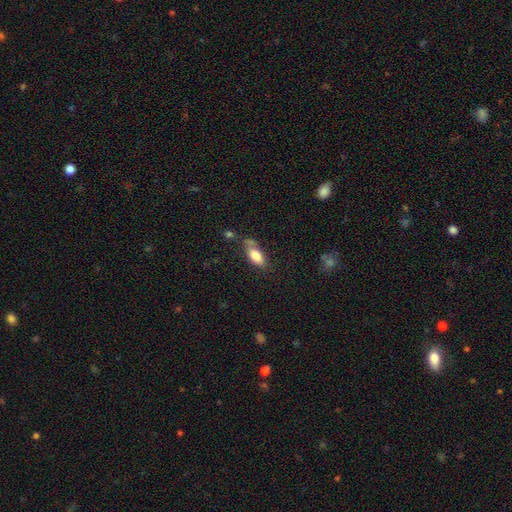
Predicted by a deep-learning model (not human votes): A smooth galaxy with no disk features (79%) that is in between round and cigar-shaped (87%).

Vote fractions:
- Smooth or featured? smooth: 79% / featured or disk: 13% / star or artifact: 7%
- How rounded? in between: 87% / cigar-shaped: 9% / round: 4%
- Merging? none: 53% / minor disturbance: 25% / merger: 13% / major disturbance: 9%